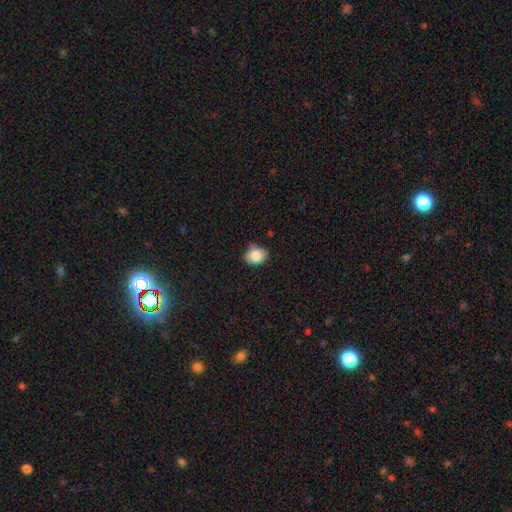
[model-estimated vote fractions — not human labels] This is clearly a smooth galaxy (85%). How rounded: possibly round (52%). Merging: likely none (68%).